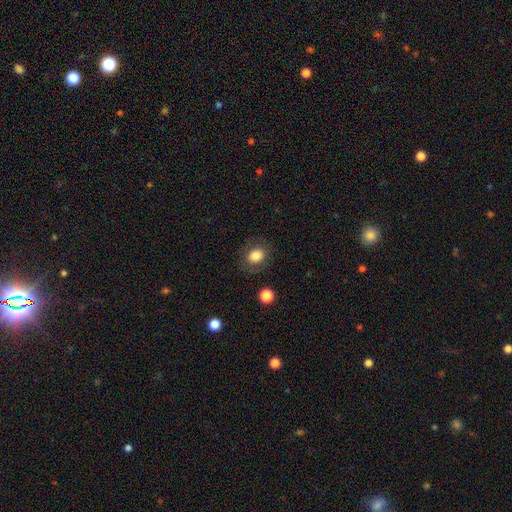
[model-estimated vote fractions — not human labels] smooth_or_featured: smooth (p=0.80) [alt: featured or disk p=0.11]
how_rounded: round (p=0.50) [alt: in between p=0.49]
merging: none (p=0.81) [alt: minor disturbance p=0.12]